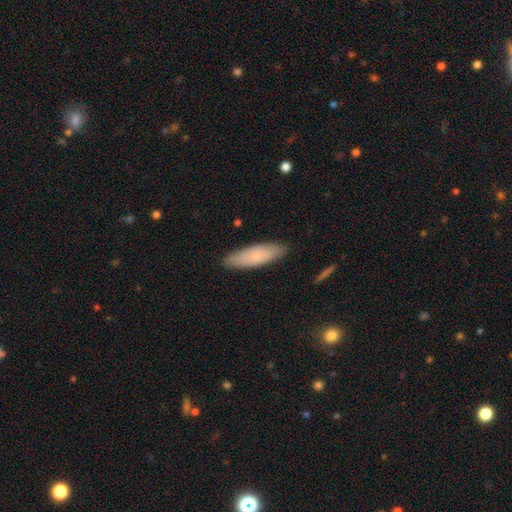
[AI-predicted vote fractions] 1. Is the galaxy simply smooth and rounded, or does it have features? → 76% smooth, 17% featured or disk, 6% star or artifact.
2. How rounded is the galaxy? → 51% cigar-shaped, 47% in between, 2% round.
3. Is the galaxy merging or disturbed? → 86% none, 11% minor disturbance, 2% major disturbance, 1% merger.